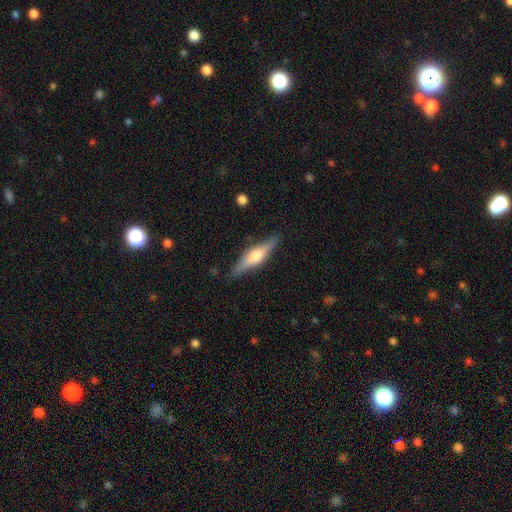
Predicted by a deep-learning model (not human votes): smooth-or-featured: featured or disk: 59% | smooth: 36% | star or artifact: 6%
  disk-edge-on: yes: 95% | no: 5%
    edge-on-bulge: rounded: 88% | boxy: 8% | none: 4%
  merging: none: 87% | minor disturbance: 10% | major disturbance: 2% | merger: 1%